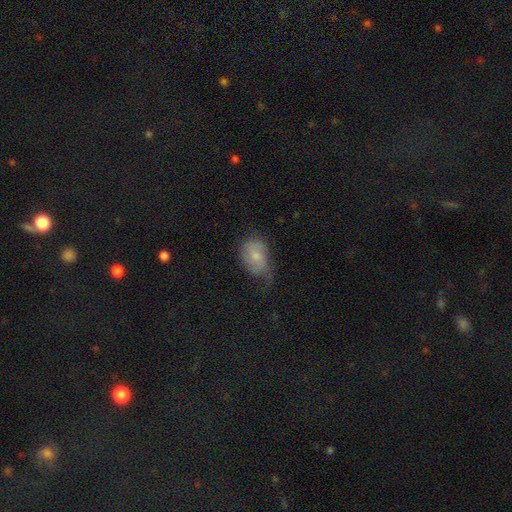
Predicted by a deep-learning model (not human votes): Smooth or featured?
  - smooth: 59% *
  - featured or disk: 33%
  - star or artifact: 8%
How rounded?
  - in between: 83% *
  - round: 15%
  - cigar-shaped: 2%
Merging?
  - minor disturbance: 37% *
  - none: 32%
  - major disturbance: 29%
  - merger: 2%